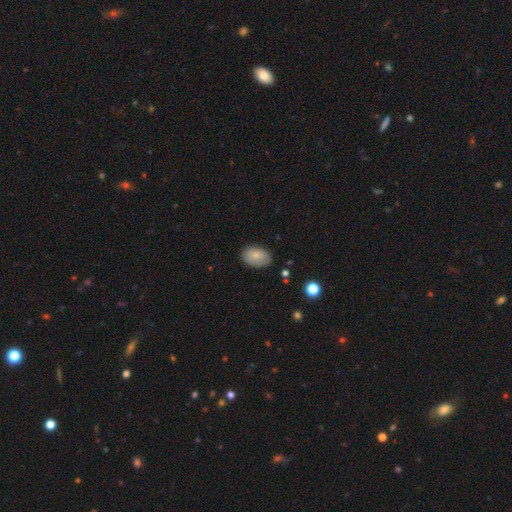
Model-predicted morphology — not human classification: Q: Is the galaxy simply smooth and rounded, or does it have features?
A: smooth — 78%.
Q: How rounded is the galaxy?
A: in between — 87%.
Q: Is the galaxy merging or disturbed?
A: none — 79%.